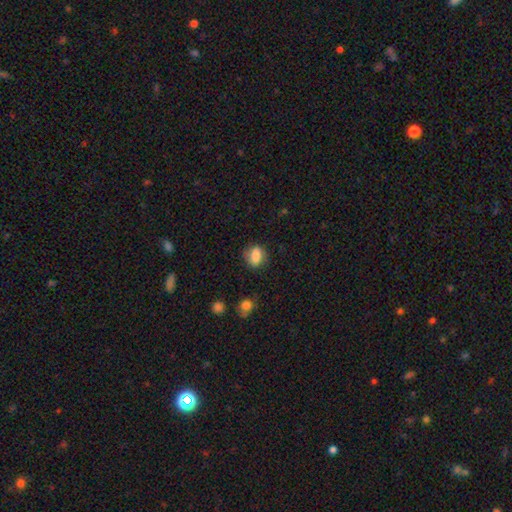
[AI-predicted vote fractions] Q: Smooth or featured?
A: smooth (73%); runner-up: featured or disk (19%)
Q: How rounded?
A: in between (60%); runner-up: round (36%)
Q: Merging?
A: none (76%); runner-up: minor disturbance (17%)